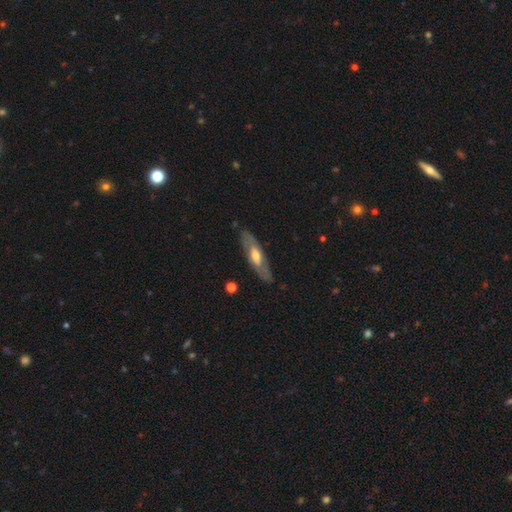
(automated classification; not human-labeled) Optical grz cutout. It shows a featured or disk galaxy (62%). Merging: none (81%).